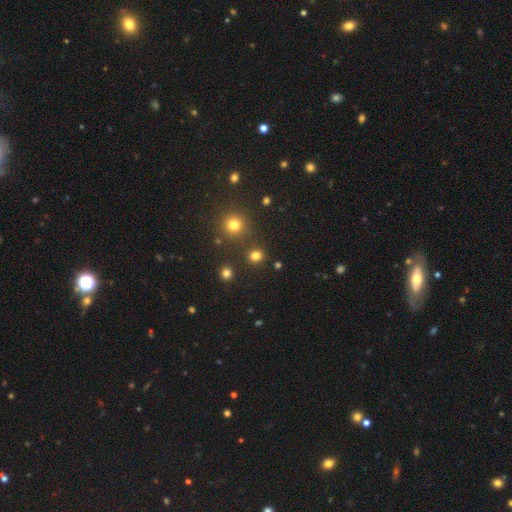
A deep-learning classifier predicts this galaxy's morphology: The model was most divided on "smooth or featured": smooth: 77%, star or artifact: 19%, featured or disk: 4%. More confident: merging — none (85%); how rounded — round (84%).